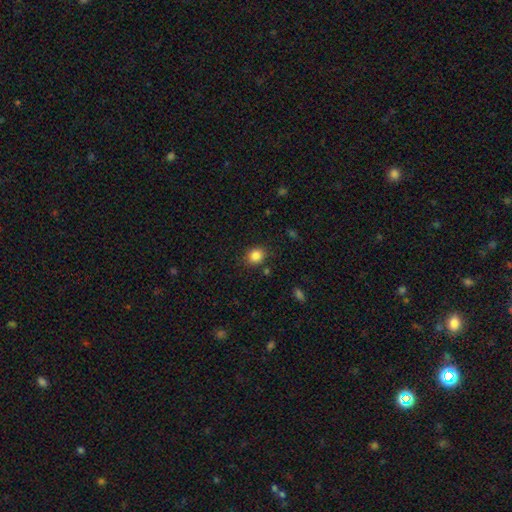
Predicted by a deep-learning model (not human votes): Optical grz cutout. It shows a smooth galaxy with no disk features (85%) that is round (69%). Merging: none (84%).